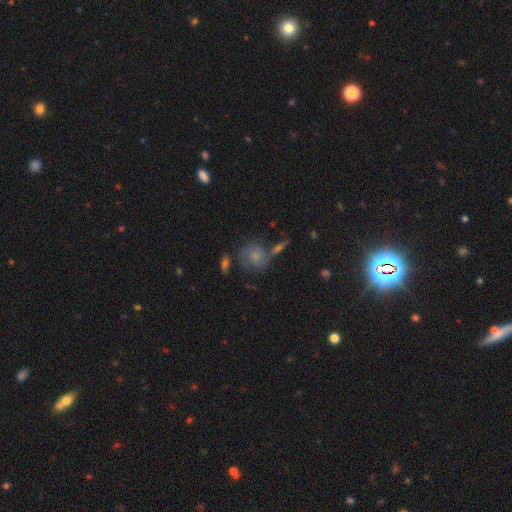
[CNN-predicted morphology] A featured or disk galaxy (45%).

Vote fractions:
- Smooth or featured? featured or disk: 45% / smooth: 40% / star or artifact: 15%
- Merging? none: 64% / minor disturbance: 17% / merger: 12% / major disturbance: 7%